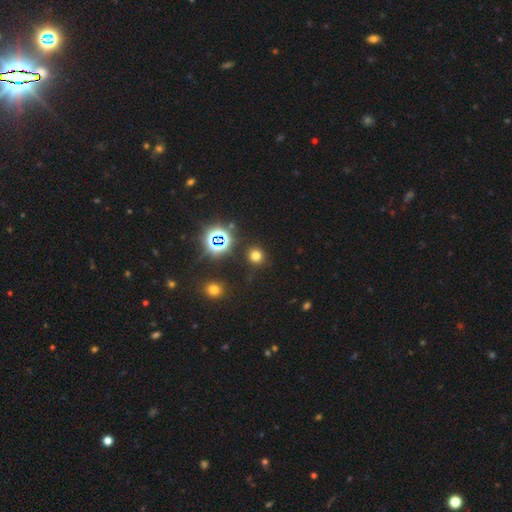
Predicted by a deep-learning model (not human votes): Morphology: type=smooth (68%); roundness=round (89%); merging=none (88%).